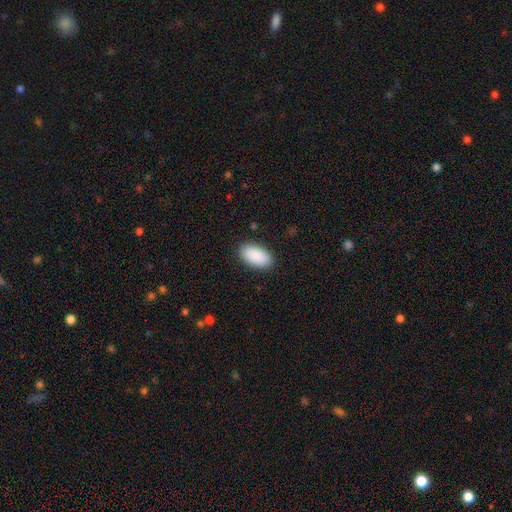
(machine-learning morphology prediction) Overall: smooth (90%). How rounded: in between (95%). Merging: none (88%).